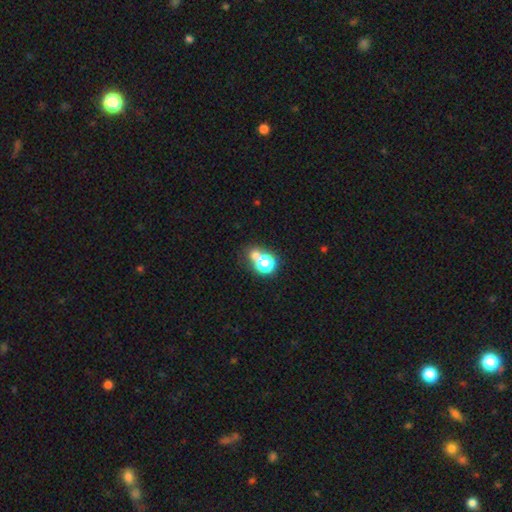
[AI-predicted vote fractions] A smooth galaxy with no disk features (59%) that is round (79%).

Vote fractions:
- Smooth or featured? smooth: 59% / star or artifact: 31% / featured or disk: 11%
- How rounded? round: 79% / in between: 20% / cigar-shaped: 1%
- Merging? none: 51% / merger: 35% / minor disturbance: 8% / major disturbance: 6%